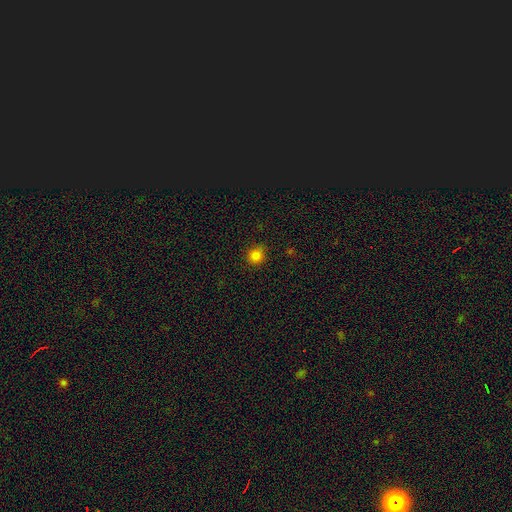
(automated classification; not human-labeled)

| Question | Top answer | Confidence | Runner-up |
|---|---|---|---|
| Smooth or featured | smooth | 82% | star or artifact (14%) |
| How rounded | round | 90% | in between (9%) |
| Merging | none | 86% | minor disturbance (10%) |